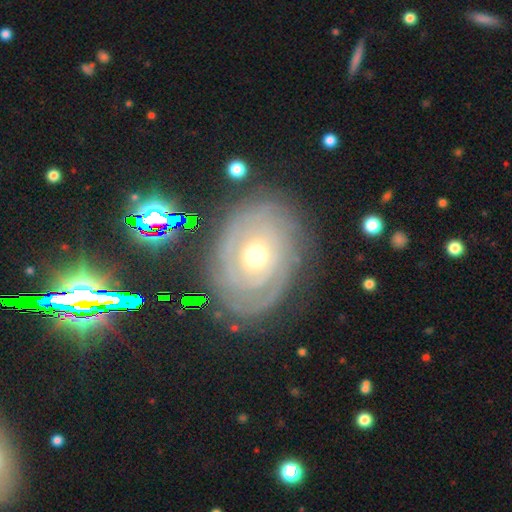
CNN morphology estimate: Smooth or featured? Predicted: featured or disk (p=0.80). Edge-on disk? Predicted: no (p=0.96). Bar? Predicted: no (p=0.79). Spiral arms? Predicted: yes (p=0.88). Spiral winding? Predicted: tight (p=0.79). Spiral arm count? Predicted: can't tell (p=0.40). Bulge size? Predicted: moderate (p=0.63). Merging? Predicted: none (p=0.79).